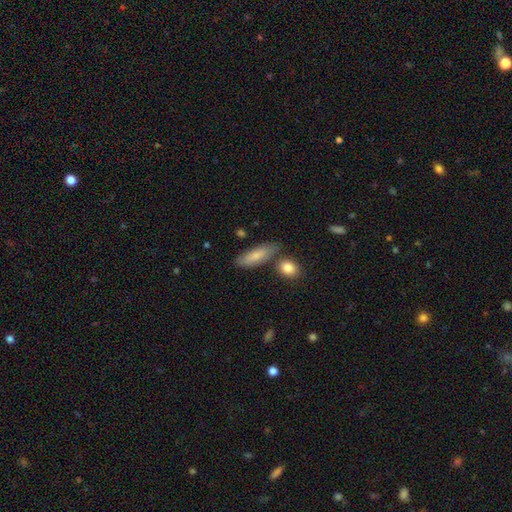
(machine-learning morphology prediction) Smooth or featured? smooth (77%)
How rounded? in between (59%)
Merging? none (70%)